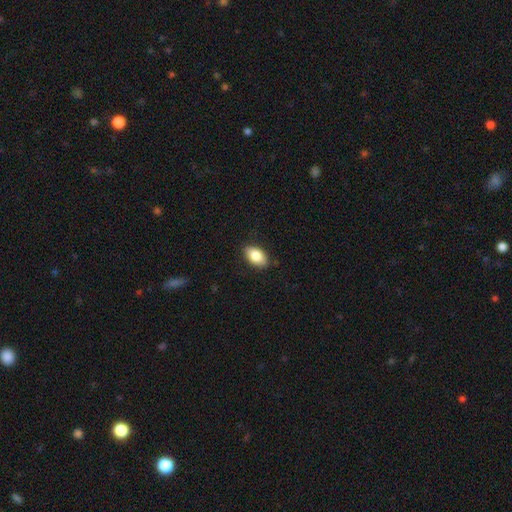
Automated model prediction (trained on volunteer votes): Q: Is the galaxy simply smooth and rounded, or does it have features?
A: smooth — 85%.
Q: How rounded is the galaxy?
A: in between — 92%.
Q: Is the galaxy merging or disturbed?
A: none — 86%.